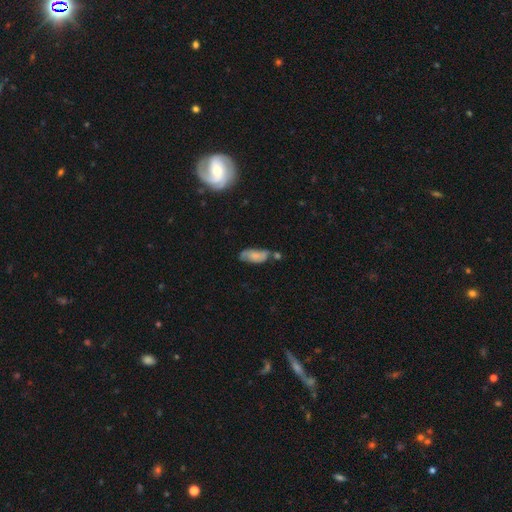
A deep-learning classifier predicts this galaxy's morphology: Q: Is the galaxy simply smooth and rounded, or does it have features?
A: smooth — 62%.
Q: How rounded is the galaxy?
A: in between — 82%.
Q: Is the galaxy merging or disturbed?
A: none — 44%.